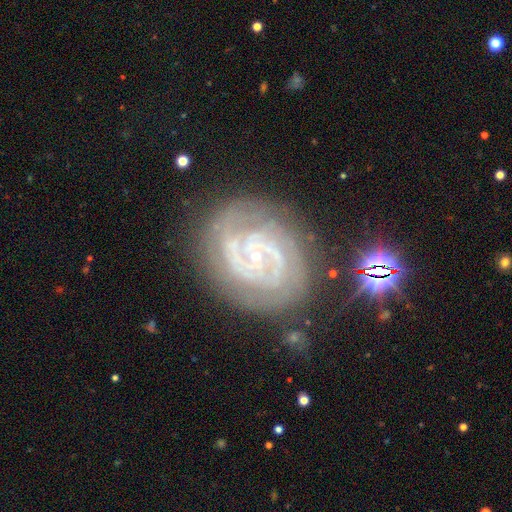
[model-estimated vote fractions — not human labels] Q: Smooth or featured?
A: featured or disk (87%); runner-up: star or artifact (7%)
Q: Edge-on disk?
A: no (97%); runner-up: yes (3%)
Q: Bar?
A: no (51%); runner-up: weak (35%)
Q: Spiral arms?
A: yes (96%); runner-up: no (4%)
Q: Spiral winding?
A: tight (66%); runner-up: medium (29%)
Q: Spiral arm count?
A: 2 (55%); runner-up: can't tell (16%)
Q: Bulge size?
A: small (85%); runner-up: moderate (9%)
Q: Merging?
A: none (75%); runner-up: minor disturbance (16%)